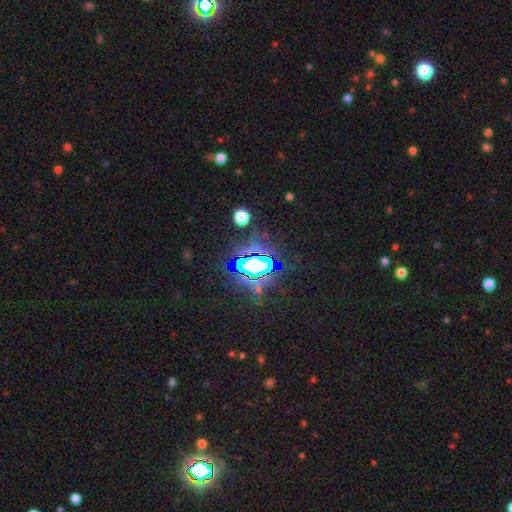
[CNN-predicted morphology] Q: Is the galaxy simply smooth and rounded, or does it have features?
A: star or artifact — 81%.